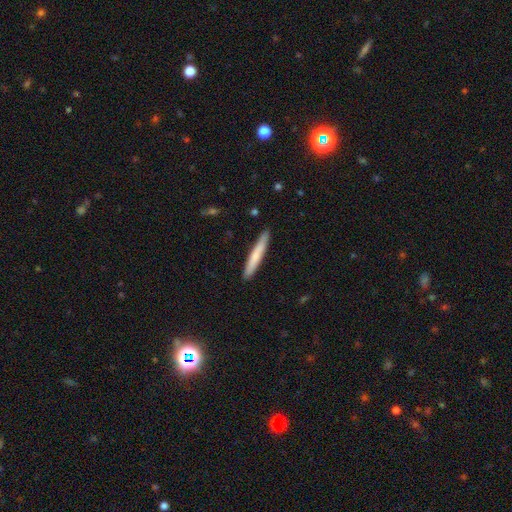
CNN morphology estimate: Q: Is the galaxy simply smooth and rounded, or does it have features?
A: smooth — 71%.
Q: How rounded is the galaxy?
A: cigar-shaped — 95%.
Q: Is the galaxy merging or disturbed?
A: none — 89%.